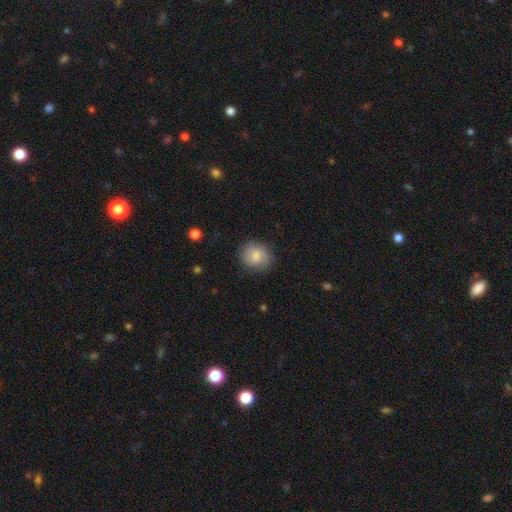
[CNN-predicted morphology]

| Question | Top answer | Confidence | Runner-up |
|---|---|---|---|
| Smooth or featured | smooth | 78% | featured or disk (15%) |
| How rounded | round | 78% | in between (21%) |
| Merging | none | 81% | minor disturbance (14%) |